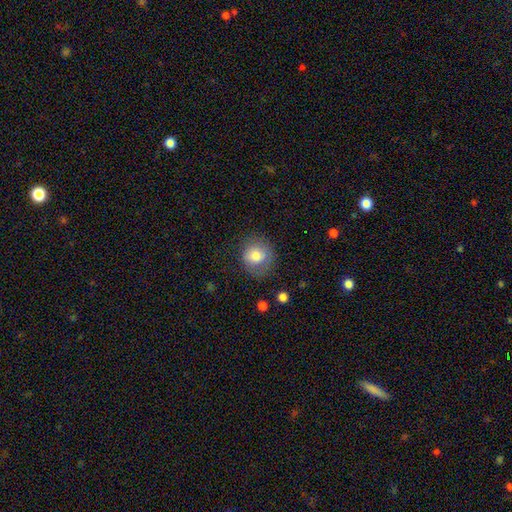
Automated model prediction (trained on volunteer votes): smooth_or_featured: smooth (p=0.77) [alt: featured or disk p=0.15]
how_rounded: round (p=0.82) [alt: in between p=0.18]
merging: none (p=0.68) [alt: minor disturbance p=0.20]